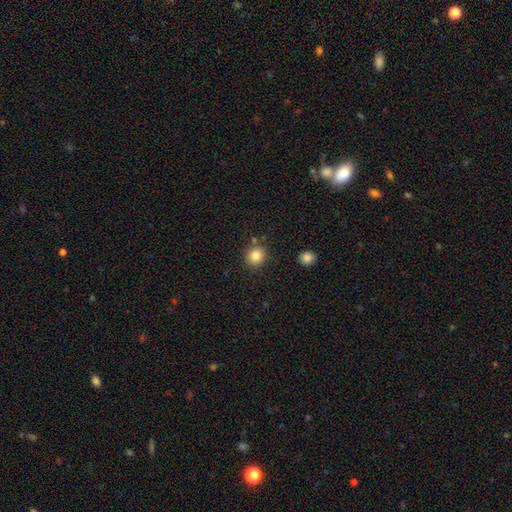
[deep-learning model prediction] smooth-or-featured: smooth: 84% | star or artifact: 10% | featured or disk: 6%
  how-rounded: round: 83% | in between: 16% | cigar-shaped: 1%
  merging: none: 83% | minor disturbance: 9% | merger: 6% | major disturbance: 3%